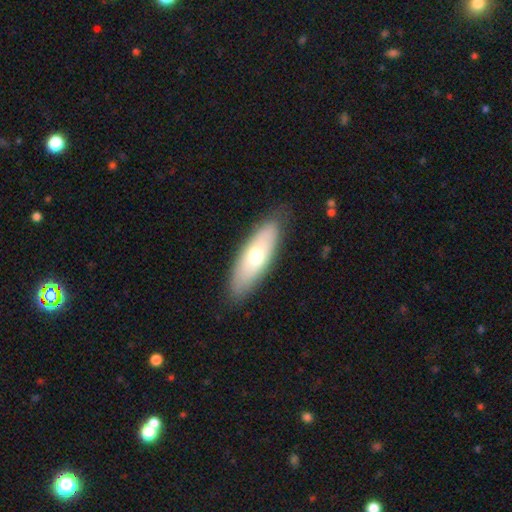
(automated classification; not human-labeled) Smooth or featured: smooth — 59% (featured or disk — 35%)
How rounded: in between — 61% (cigar-shaped — 37%)
Merging: none — 84% (minor disturbance — 12%)